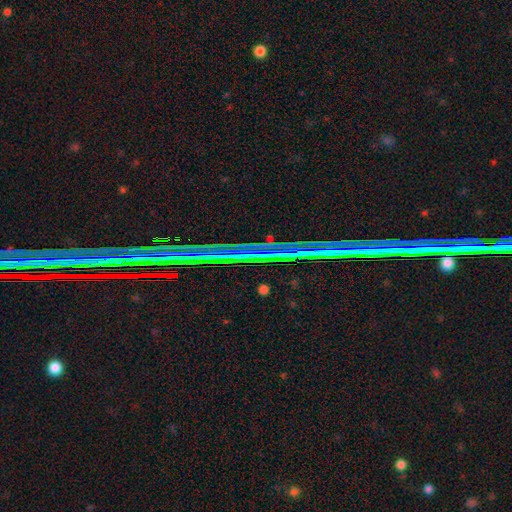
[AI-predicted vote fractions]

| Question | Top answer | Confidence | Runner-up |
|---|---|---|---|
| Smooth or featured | star or artifact | 88% | featured or disk (7%) |